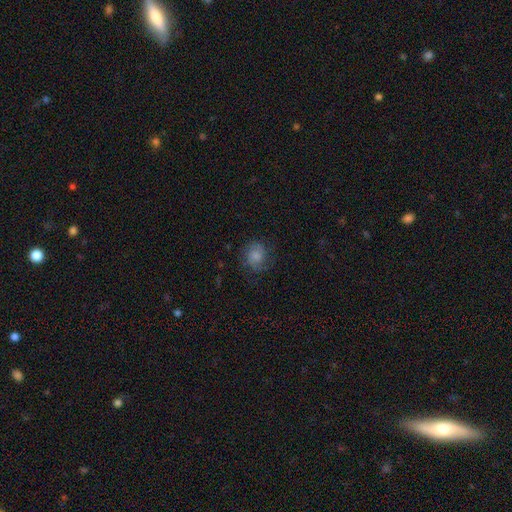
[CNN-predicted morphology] Overall: smooth (62%; featured or disk 28%). How rounded: round (76%). Merging: none (69%).